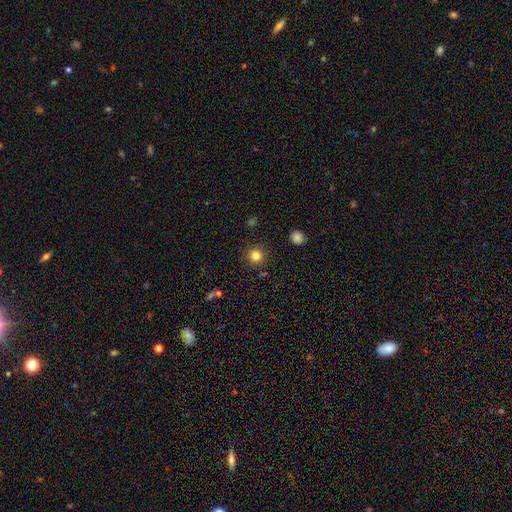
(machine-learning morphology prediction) Smooth or featured? Predicted: smooth (p=0.82). How rounded? Predicted: round (p=0.94). Merging? Predicted: none (p=0.89).